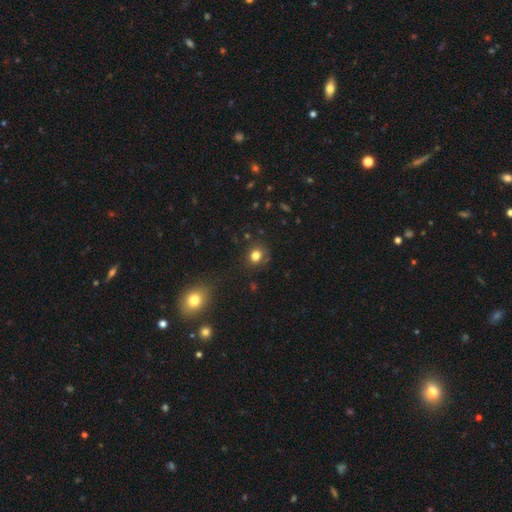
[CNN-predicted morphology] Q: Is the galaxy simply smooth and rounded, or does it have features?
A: smooth — 79%.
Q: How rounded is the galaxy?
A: round — 75%.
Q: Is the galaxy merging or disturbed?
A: none — 81%.